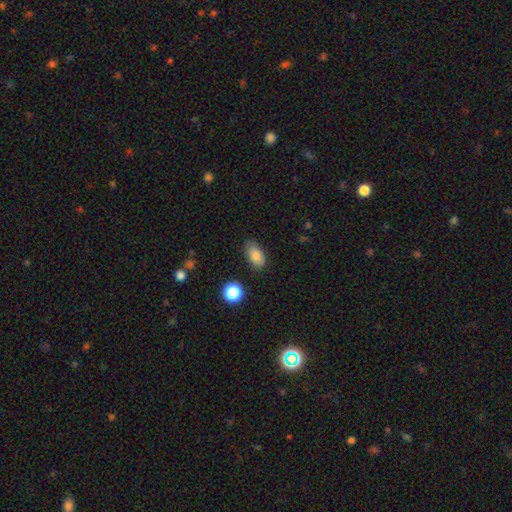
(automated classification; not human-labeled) This is clearly a smooth galaxy (83%). How rounded: clearly in between (90%). Merging: likely none (78%).